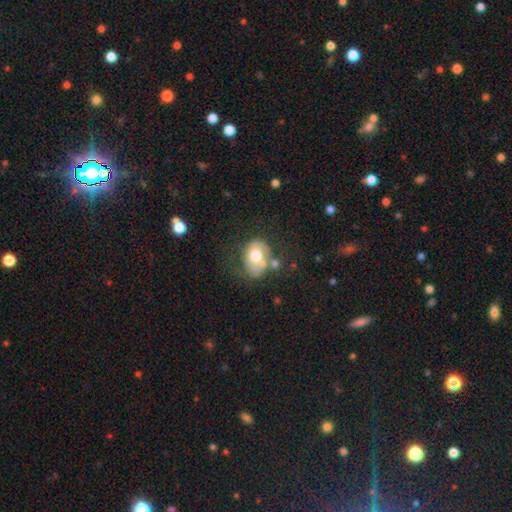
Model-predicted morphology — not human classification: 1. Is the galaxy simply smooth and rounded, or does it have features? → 57% smooth, 35% featured or disk, 8% star or artifact.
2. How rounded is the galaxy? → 63% in between, 36% round, 1% cigar-shaped.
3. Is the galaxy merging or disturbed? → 39% none, 25% minor disturbance, 20% merger, 16% major disturbance.